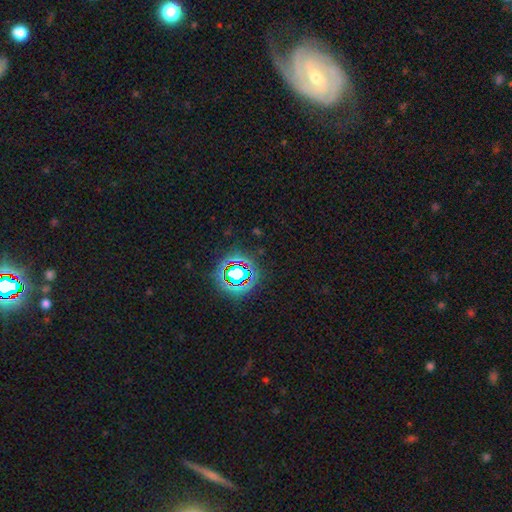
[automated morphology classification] smooth-or-featured: star or artifact: 73% | smooth: 15% | featured or disk: 12%